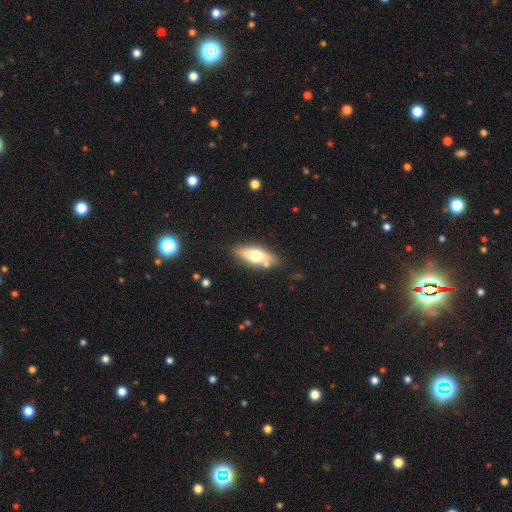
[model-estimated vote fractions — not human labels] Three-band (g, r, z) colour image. It shows a smooth galaxy with no disk features (58%) that is in between round and cigar-shaped (66%). Merging: none (78%).